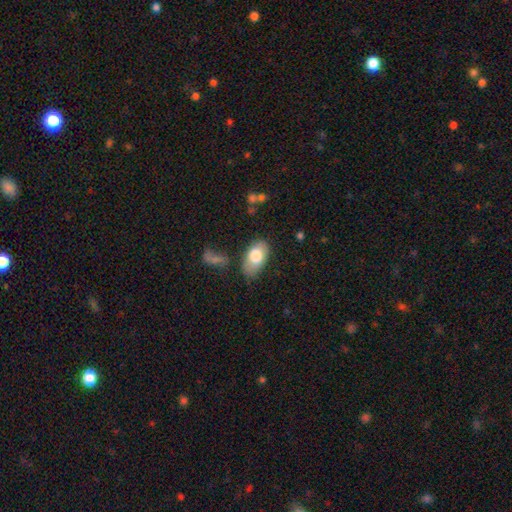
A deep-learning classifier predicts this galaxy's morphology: smooth-or-featured: smooth: 78% | featured or disk: 16% | star or artifact: 6%
  how-rounded: in between: 93% | round: 5% | cigar-shaped: 2%
  merging: none: 71% | minor disturbance: 19% | major disturbance: 5% | merger: 4%